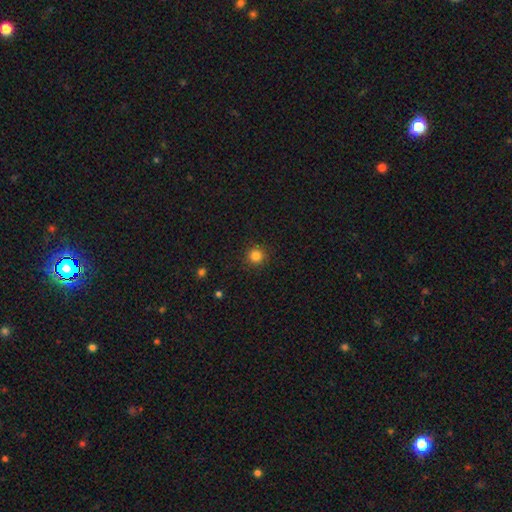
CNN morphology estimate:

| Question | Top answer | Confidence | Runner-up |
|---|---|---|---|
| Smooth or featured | smooth | 84% | star or artifact (12%) |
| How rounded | round | 95% | in between (4%) |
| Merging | none | 90% | minor disturbance (6%) |